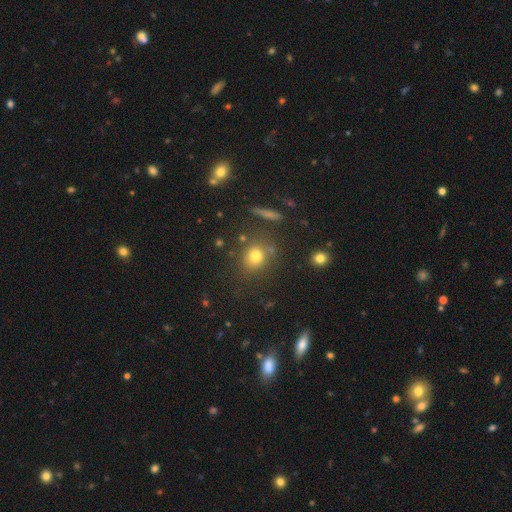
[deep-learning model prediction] A smooth galaxy with no disk features (74%) that is round (73%).

Vote fractions:
- Smooth or featured? smooth: 74% / star or artifact: 17% / featured or disk: 10%
- How rounded? round: 73% / in between: 25% / cigar-shaped: 2%
- Merging? none: 75% / minor disturbance: 12% / merger: 8% / major disturbance: 5%